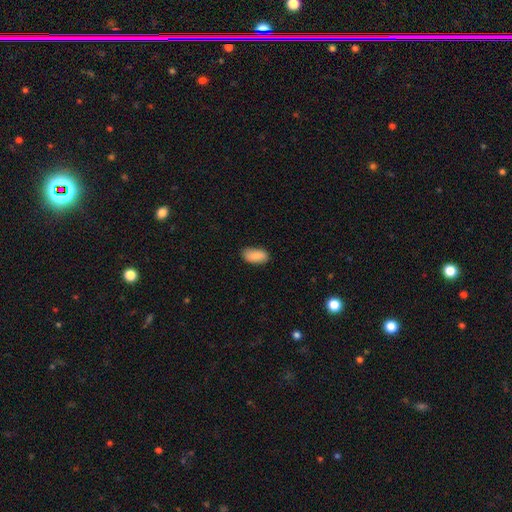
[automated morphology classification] A smooth galaxy with no disk features (86%) that is in between round and cigar-shaped (93%). Merging: none (84%).